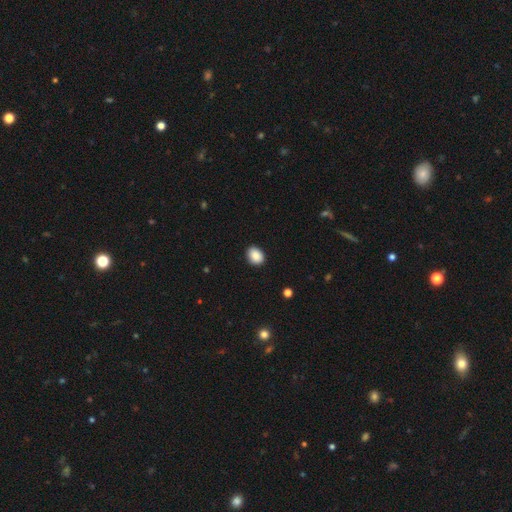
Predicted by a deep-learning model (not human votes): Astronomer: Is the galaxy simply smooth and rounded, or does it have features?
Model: smooth — 89%.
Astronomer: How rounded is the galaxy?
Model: in between — 60% (runner-up: round, 39%).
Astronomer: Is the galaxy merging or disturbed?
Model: none — 89%.